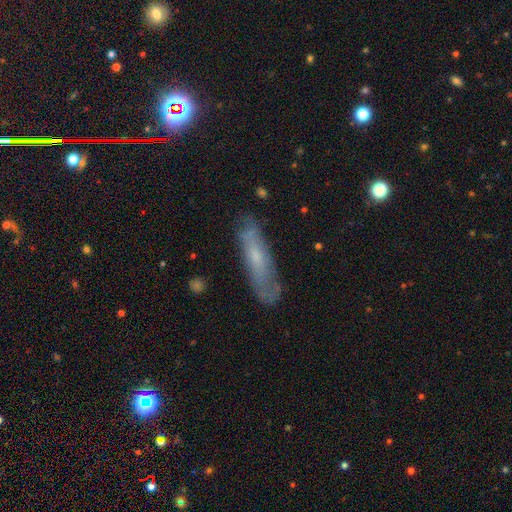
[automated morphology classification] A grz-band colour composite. It shows a smooth galaxy with no disk features (46%). Merging: none (71%).